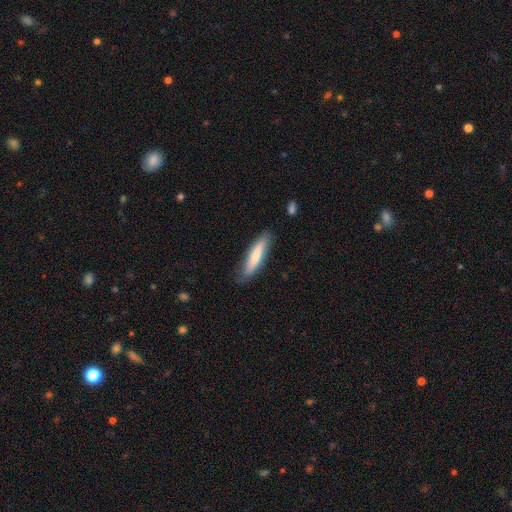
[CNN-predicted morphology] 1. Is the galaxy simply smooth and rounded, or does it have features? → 72% smooth, 22% featured or disk, 5% star or artifact.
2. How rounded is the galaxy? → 83% cigar-shaped, 16% in between, 1% round.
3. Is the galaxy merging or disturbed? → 80% none, 16% minor disturbance, 3% major disturbance, 2% merger.